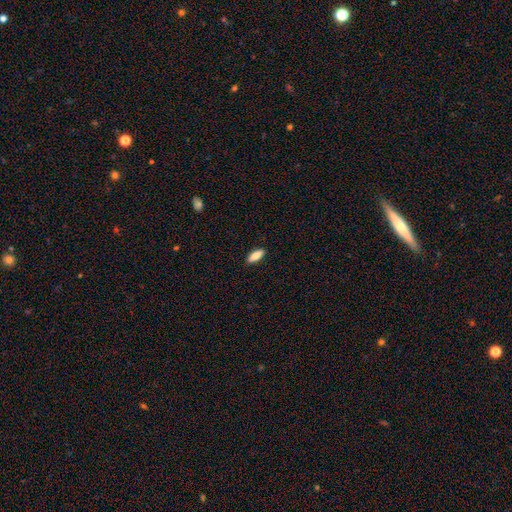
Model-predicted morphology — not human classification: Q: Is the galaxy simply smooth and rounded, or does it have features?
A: smooth — 82%.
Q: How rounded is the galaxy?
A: in between — 72%.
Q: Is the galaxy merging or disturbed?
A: none — 89%.